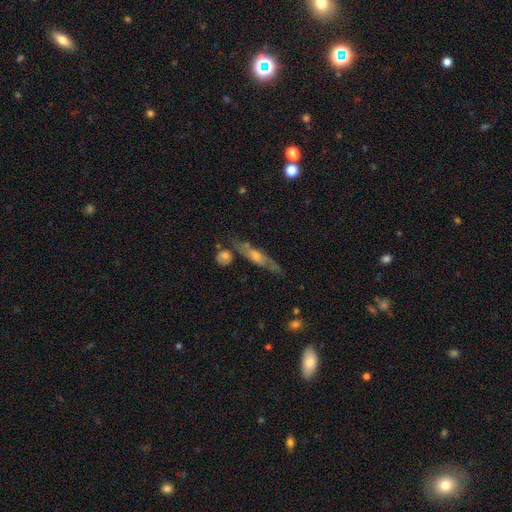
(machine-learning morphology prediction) Smooth or featured? Predicted: featured or disk (p=0.64). Edge-on disk? Predicted: yes (p=0.66). Merging? Predicted: none (p=0.67).